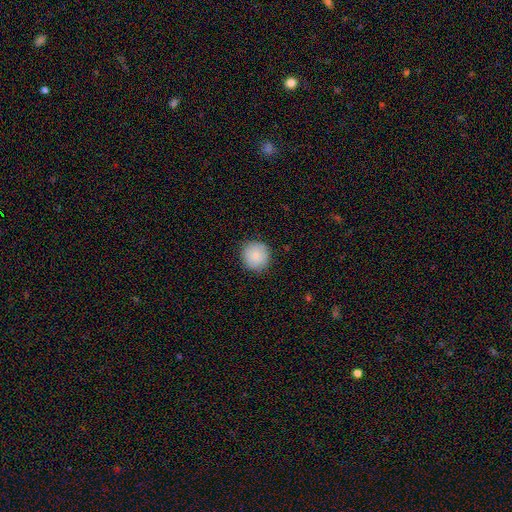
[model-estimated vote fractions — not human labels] The model was most divided on "merging": none: 87%, minor disturbance: 10%, major disturbance: 2%, merger: 1%. More confident: how rounded — round (93%); smooth or featured — smooth (87%).